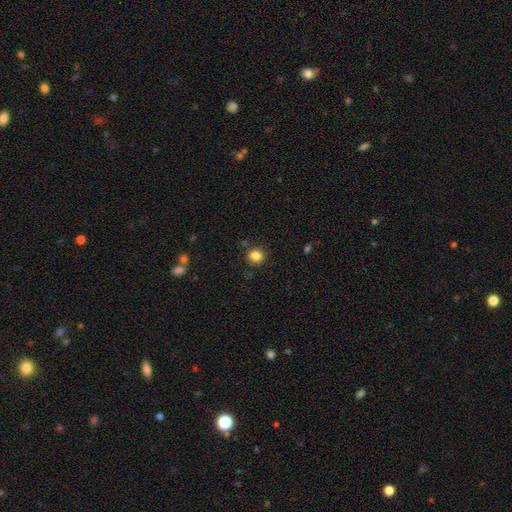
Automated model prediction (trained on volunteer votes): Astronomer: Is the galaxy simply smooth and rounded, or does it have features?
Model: smooth — 84%.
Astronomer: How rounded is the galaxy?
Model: round — 81%.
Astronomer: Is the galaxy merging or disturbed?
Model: none — 85%.